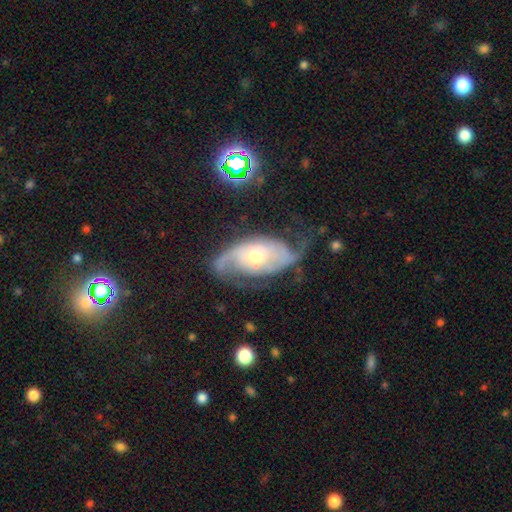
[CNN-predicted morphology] The model was most divided on "spiral winding": medium: 39%, loose: 35%, tight: 26%. More confident: edge-on disk — no (94%); spiral arms — yes (92%); smooth or featured — featured or disk (80%); spiral arm count — 2 (70%); bar — no (67%); bulge size — moderate (55%); merging — none (51%).